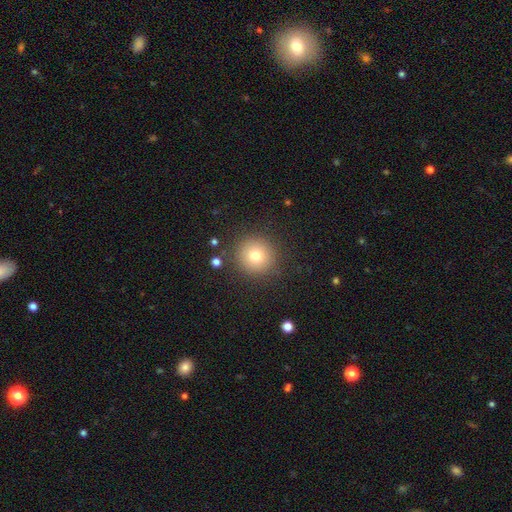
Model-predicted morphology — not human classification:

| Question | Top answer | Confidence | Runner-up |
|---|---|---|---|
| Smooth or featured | smooth | 76% | star or artifact (13%) |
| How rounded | round | 94% | in between (5%) |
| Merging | none | 88% | minor disturbance (7%) |